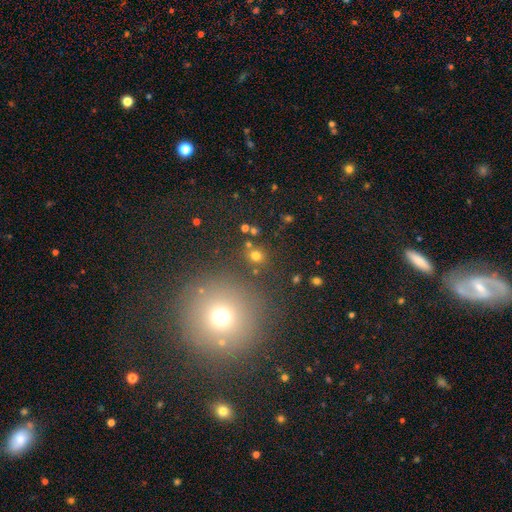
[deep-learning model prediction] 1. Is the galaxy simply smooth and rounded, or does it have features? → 72% smooth, 21% star or artifact, 7% featured or disk.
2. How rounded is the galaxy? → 80% round, 19% in between, 1% cigar-shaped.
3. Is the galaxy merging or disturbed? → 82% none, 8% minor disturbance, 7% merger, 3% major disturbance.